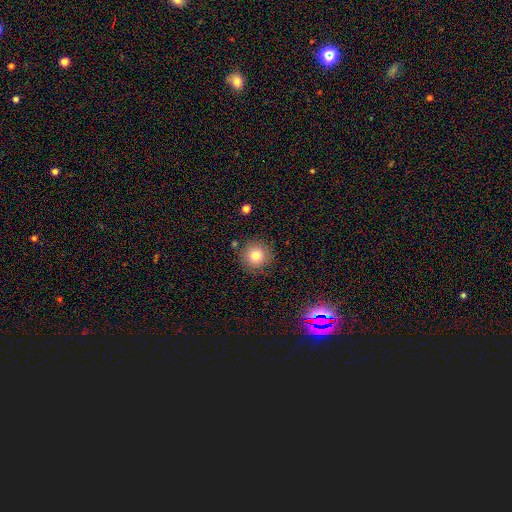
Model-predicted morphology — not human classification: smooth-or-featured: smooth: 79% | star or artifact: 12% | featured or disk: 9%
  how-rounded: round: 95% | in between: 4% | cigar-shaped: 1%
  merging: none: 86% | minor disturbance: 8% | merger: 3% | major disturbance: 3%